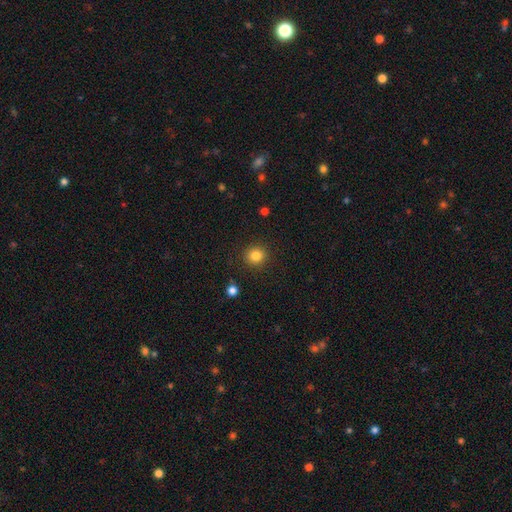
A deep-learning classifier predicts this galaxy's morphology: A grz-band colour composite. It shows a smooth galaxy with no disk features (84%) that is round (90%). Merging: none (90%).